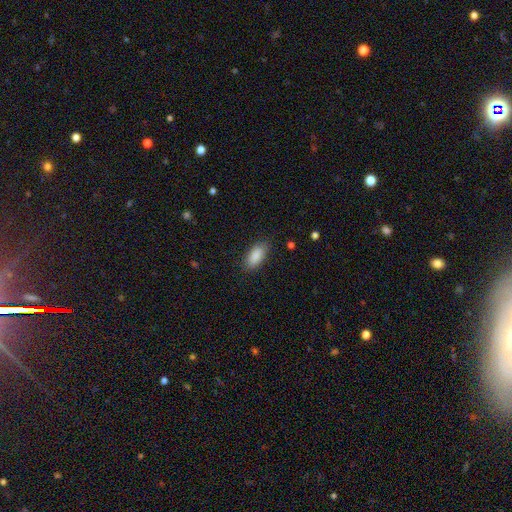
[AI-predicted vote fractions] smooth_or_featured: smooth (p=0.89) [alt: star or artifact p=0.06]
how_rounded: in between (p=0.88) [alt: cigar-shaped p=0.09]
merging: none (p=0.85) [alt: minor disturbance p=0.11]